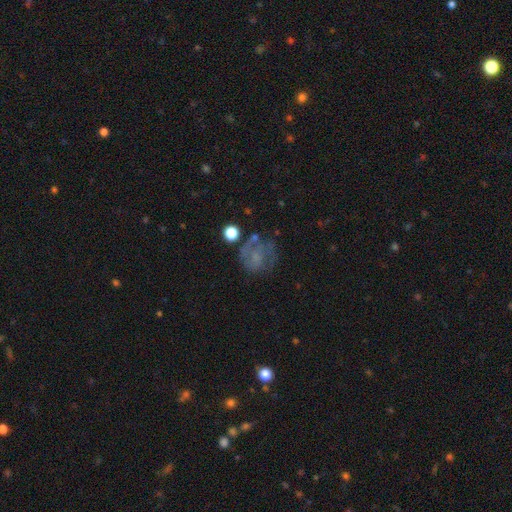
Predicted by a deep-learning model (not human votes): This appears to be a featured or disk galaxy (42%, tied with smooth). Merging: none (48%).